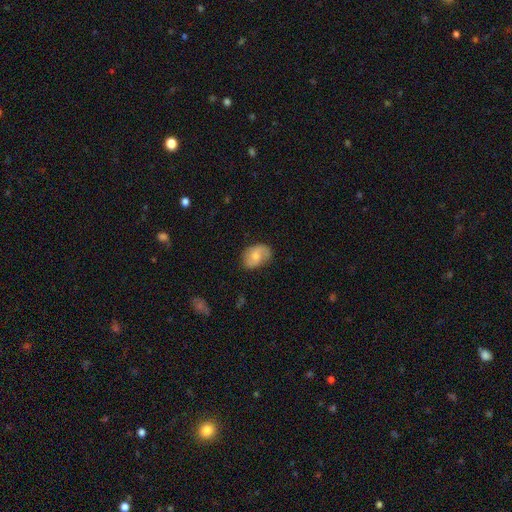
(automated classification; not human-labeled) Q: Smooth or featured?
A: smooth (58%); runner-up: featured or disk (35%)
Q: How rounded?
A: in between (77%); runner-up: round (21%)
Q: Merging?
A: none (68%); runner-up: minor disturbance (24%)